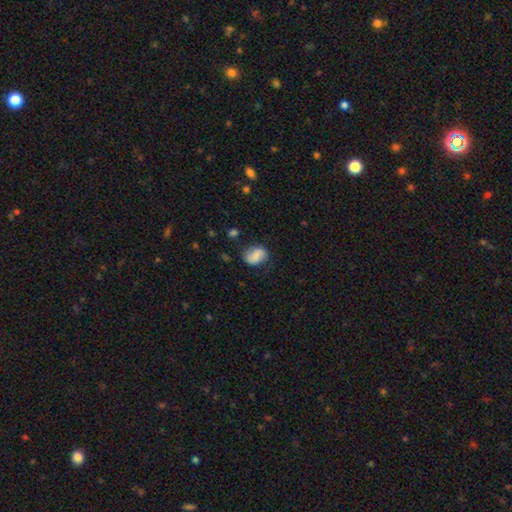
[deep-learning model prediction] smooth-or-featured: smooth: 55% | featured or disk: 37% | star or artifact: 9%
  how-rounded: in between: 66% | round: 32% | cigar-shaped: 1%
  merging: none: 70% | minor disturbance: 21% | major disturbance: 7% | merger: 2%